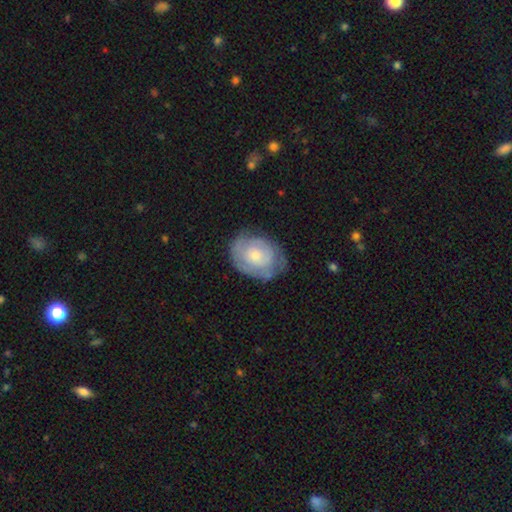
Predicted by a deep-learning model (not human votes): Smooth or featured: featured or disk — 52% (smooth — 42%)
Edge-on disk: no — 96% (yes — 4%)
Merging: none — 62% (minor disturbance — 27%)